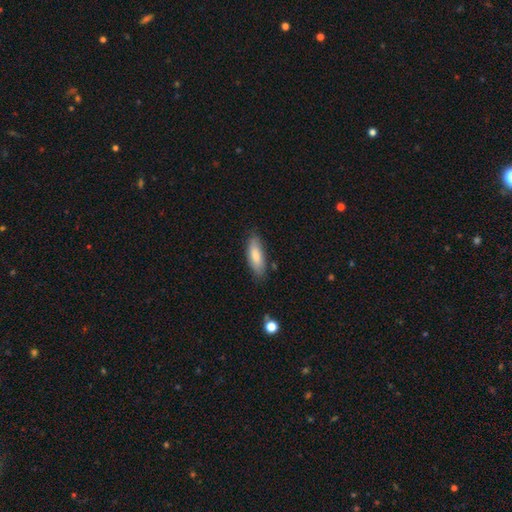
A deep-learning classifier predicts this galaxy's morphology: smooth_or_featured: smooth (p=0.82) [alt: featured or disk p=0.12]
how_rounded: in between (p=0.63) [alt: cigar-shaped p=0.35]
merging: none (p=0.81) [alt: minor disturbance p=0.15]